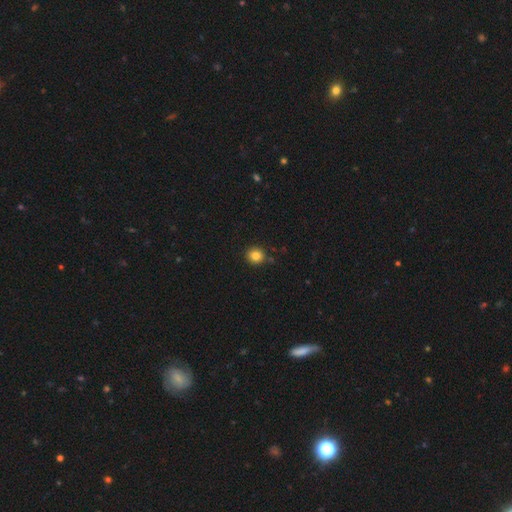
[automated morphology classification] This appears to be a smooth galaxy with no disk features (83%) that is round (93%). Merging: none (88%).